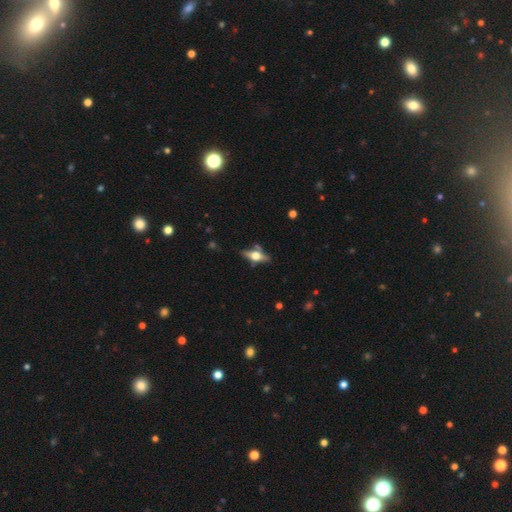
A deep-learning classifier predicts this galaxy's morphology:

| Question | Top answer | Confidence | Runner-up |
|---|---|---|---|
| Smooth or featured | featured or disk | 64% | smooth (28%) |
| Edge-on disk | yes | 91% | no (9%) |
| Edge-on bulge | rounded | 93% | boxy (5%) |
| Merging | none | 68% | minor disturbance (16%) |